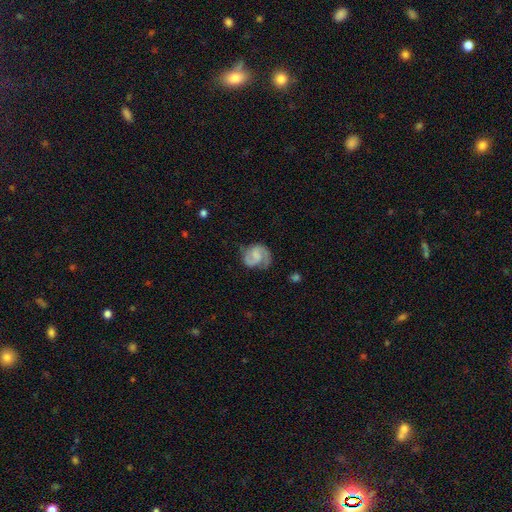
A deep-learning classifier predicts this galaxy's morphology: Q: Smooth or featured?
A: featured or disk (76%); runner-up: smooth (18%)
Q: Edge-on disk?
A: no (98%); runner-up: yes (2%)
Q: Bar?
A: weak (46%); runner-up: no (41%)
Q: Spiral arms?
A: yes (95%); runner-up: no (5%)
Q: Spiral winding?
A: medium (49%); runner-up: tight (33%)
Q: Spiral arm count?
A: 2 (86%); runner-up: 1 (6%)
Q: Bulge size?
A: none (49%); runner-up: small (27%)
Q: Merging?
A: none (68%); runner-up: minor disturbance (21%)